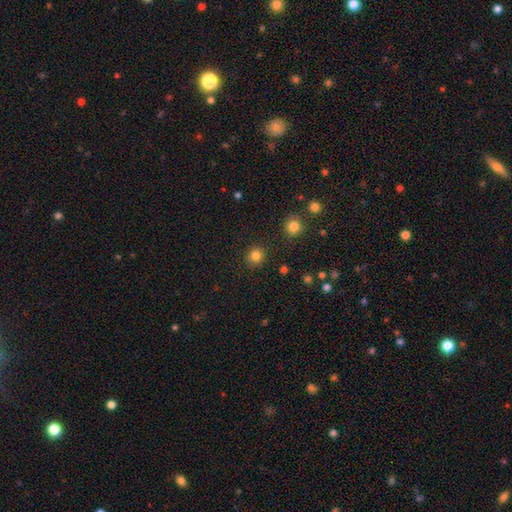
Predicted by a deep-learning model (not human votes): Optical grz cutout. It shows a smooth galaxy with no disk features (83%) that is round (87%). Merging: none (88%).